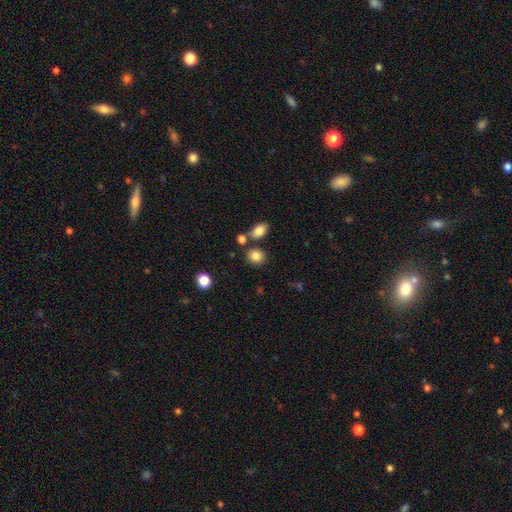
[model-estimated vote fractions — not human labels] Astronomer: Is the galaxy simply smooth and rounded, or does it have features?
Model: smooth — 84%.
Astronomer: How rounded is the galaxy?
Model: round — 69%.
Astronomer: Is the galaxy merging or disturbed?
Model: none — 74%.